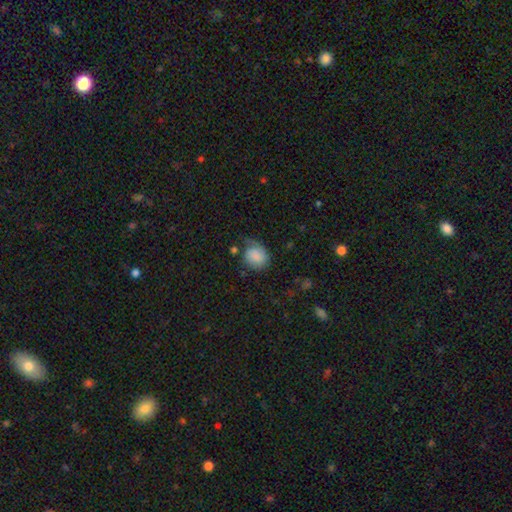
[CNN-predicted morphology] smooth-or-featured: smooth: 74% | featured or disk: 18% | star or artifact: 8%
  how-rounded: round: 58% | in between: 41% | cigar-shaped: 1%
  merging: none: 45% | minor disturbance: 31% | major disturbance: 20% | merger: 3%